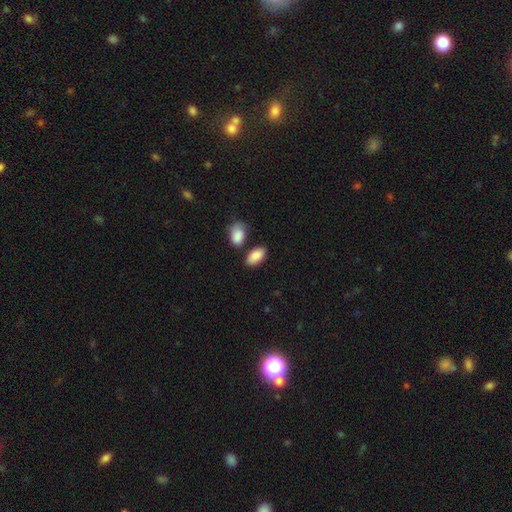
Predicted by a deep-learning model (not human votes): Q: Smooth or featured?
A: smooth (89%); runner-up: star or artifact (6%)
Q: How rounded?
A: in between (94%); runner-up: round (4%)
Q: Merging?
A: none (72%); runner-up: minor disturbance (14%)